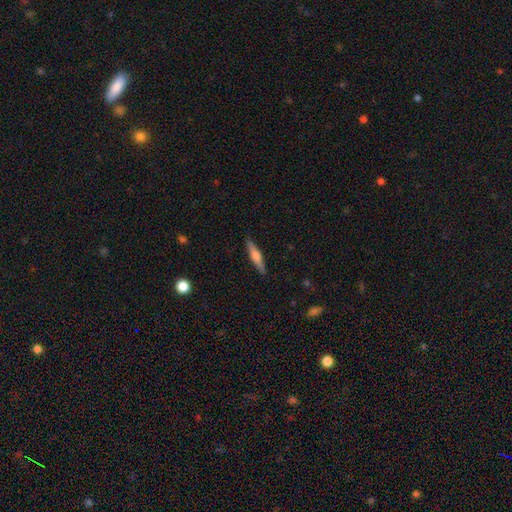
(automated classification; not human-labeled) Overall: featured or disk (47%, tied with smooth). Merging: none (89%).